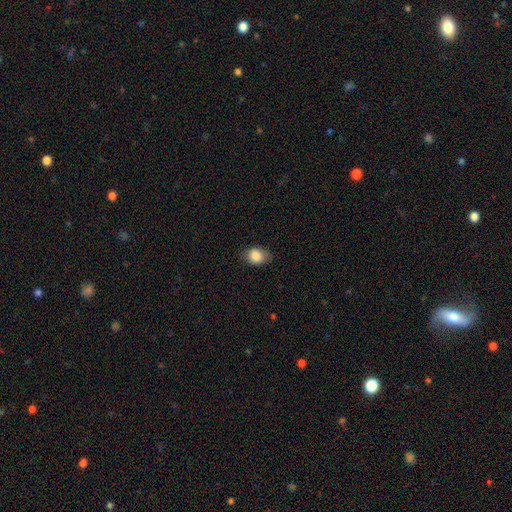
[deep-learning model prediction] This is clearly a smooth galaxy (84%). How rounded: likely in between (68%). Merging: likely none (77%).